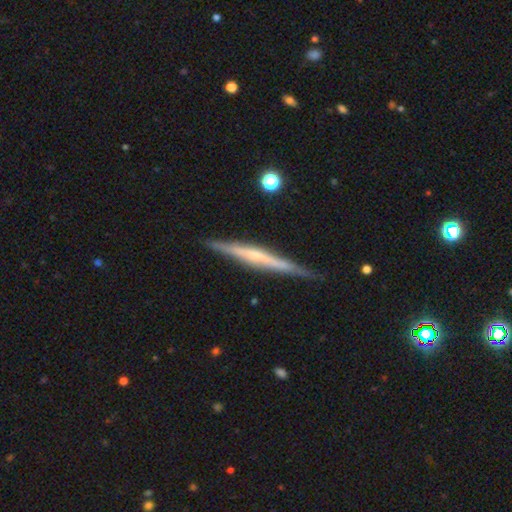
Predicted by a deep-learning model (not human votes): featured or disk 69%, smooth 26%, star or artifact 5%. Down the decision tree: edge-on disk — yes (97%); edge-on bulge — none (49%); merging — none (86%).